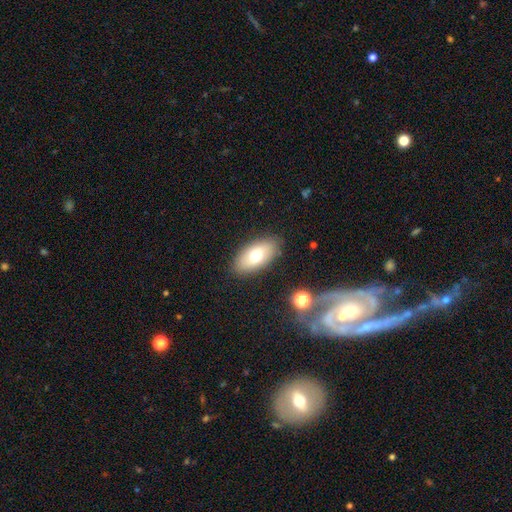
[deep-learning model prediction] Smooth or featured?
  - smooth: 69% *
  - featured or disk: 23%
  - star or artifact: 8%
How rounded?
  - in between: 91% *
  - cigar-shaped: 5%
  - round: 4%
Merging?
  - none: 86% *
  - minor disturbance: 10%
  - major disturbance: 3%
  - merger: 2%